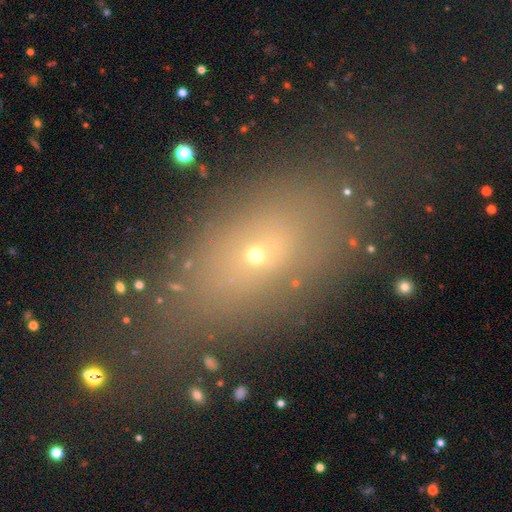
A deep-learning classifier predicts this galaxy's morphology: Overall: smooth (53%; star or artifact 27%). How rounded: in between (78%). Merging: none (74%).